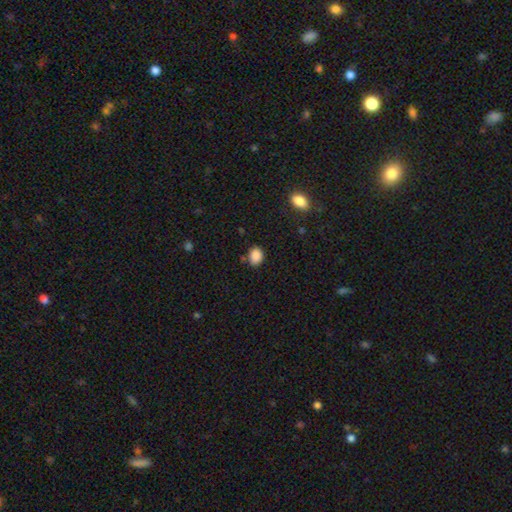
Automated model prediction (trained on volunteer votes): Smooth or featured?
  - smooth: 87% *
  - star or artifact: 9%
  - featured or disk: 3%
How rounded?
  - in between: 59% *
  - round: 40%
  - cigar-shaped: 1%
Merging?
  - none: 78% *
  - minor disturbance: 15%
  - major disturbance: 4%
  - merger: 4%